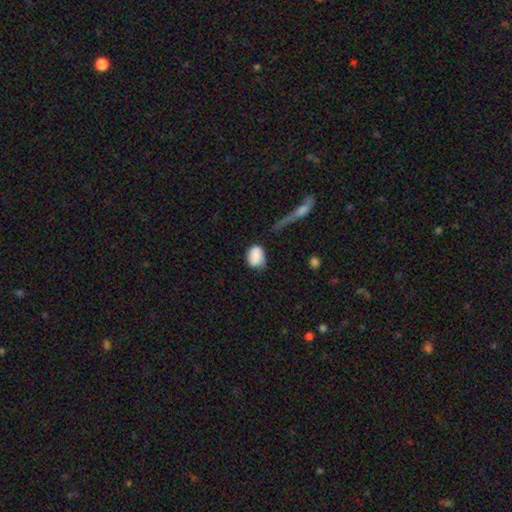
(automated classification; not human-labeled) Overall: smooth (84%). How rounded: in between (63%; round 35%). Merging: none (57%; minor disturbance 27%).